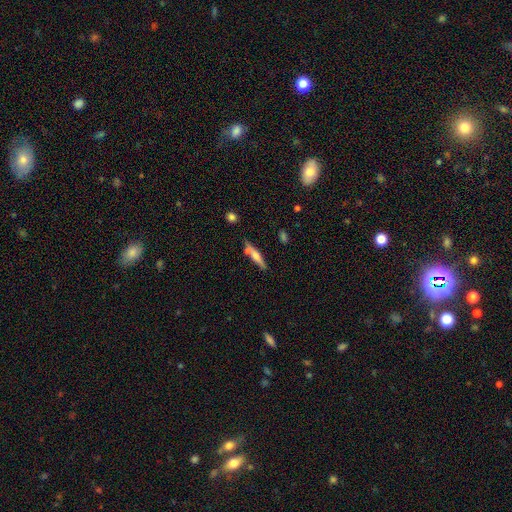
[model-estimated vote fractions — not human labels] featured or disk 47%, smooth 46%, star or artifact 7%. Down the decision tree: merging — none (66%).